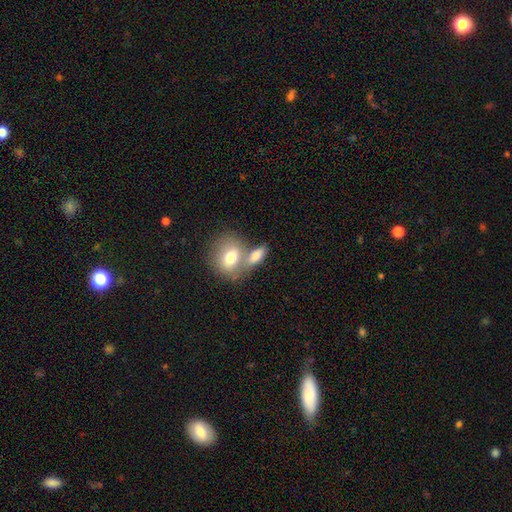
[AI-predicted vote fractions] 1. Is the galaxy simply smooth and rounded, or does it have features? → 76% smooth, 17% featured or disk, 7% star or artifact.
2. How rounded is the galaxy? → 71% in between, 21% round, 8% cigar-shaped.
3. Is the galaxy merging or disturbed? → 47% merger, 37% none, 11% minor disturbance, 5% major disturbance.